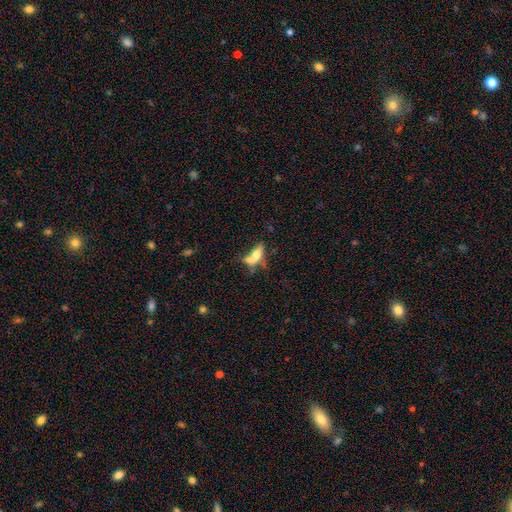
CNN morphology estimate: Q: Smooth or featured?
A: smooth (55%); runner-up: featured or disk (35%)
Q: How rounded?
A: in between (59%); runner-up: cigar-shaped (37%)
Q: Merging?
A: merger (33%); runner-up: none (30%)